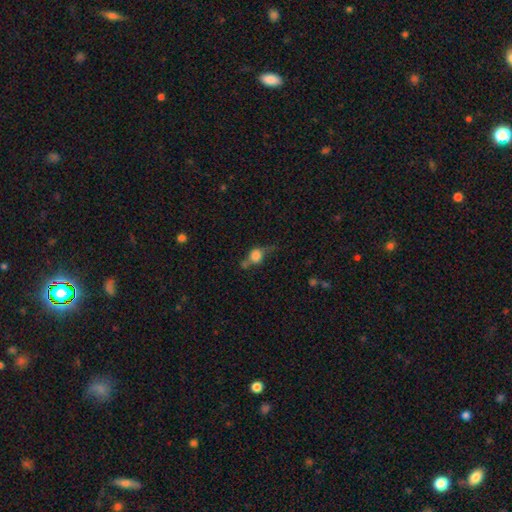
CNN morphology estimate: Smooth or featured? smooth (63%)
How rounded? round (64%)
Merging? none (40%)